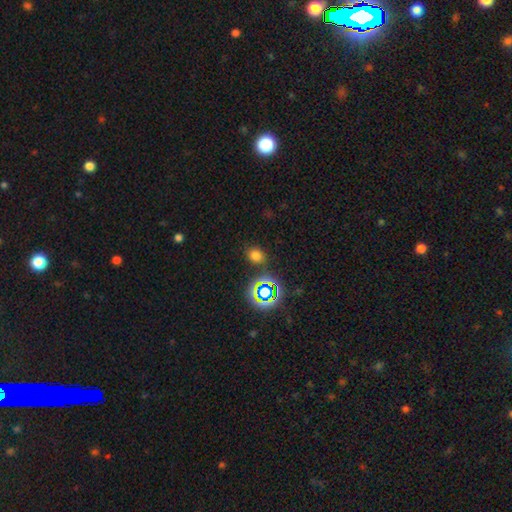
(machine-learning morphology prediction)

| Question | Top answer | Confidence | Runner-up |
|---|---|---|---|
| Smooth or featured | smooth | 69% | star or artifact (25%) |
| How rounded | round | 54% | in between (45%) |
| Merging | none | 82% | minor disturbance (11%) |